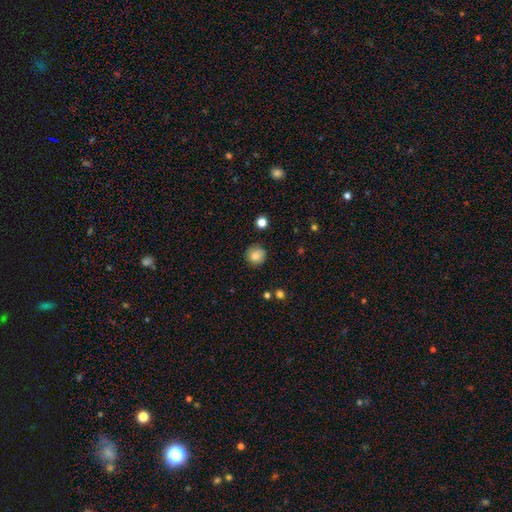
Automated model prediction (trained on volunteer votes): smooth-or-featured: smooth: 84% | star or artifact: 10% | featured or disk: 6%
  how-rounded: round: 93% | in between: 6% | cigar-shaped: 1%
  merging: none: 83% | minor disturbance: 12% | major disturbance: 3% | merger: 2%